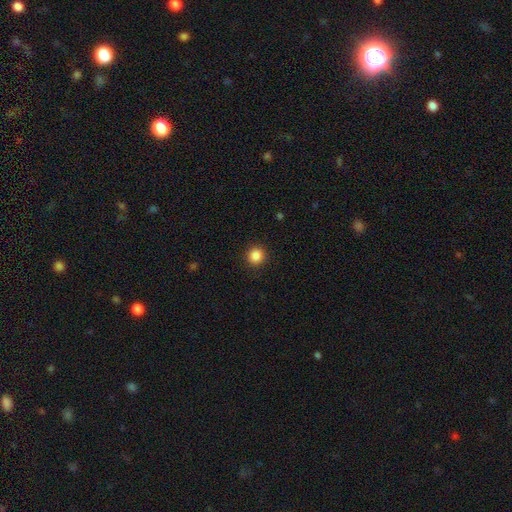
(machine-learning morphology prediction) Smooth or featured? smooth (87%)
How rounded? round (94%)
Merging? none (92%)